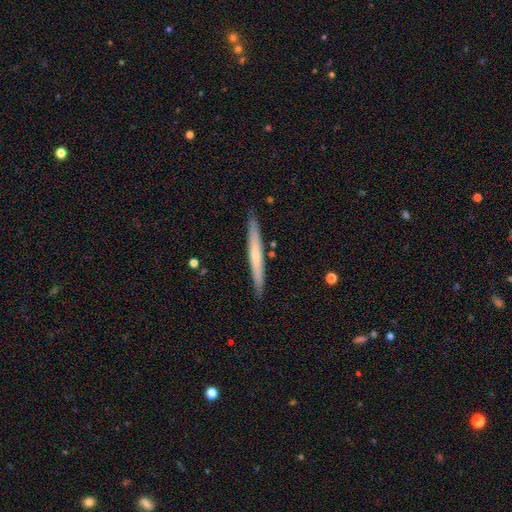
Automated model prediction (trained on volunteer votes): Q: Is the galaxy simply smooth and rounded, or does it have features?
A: smooth — 48%.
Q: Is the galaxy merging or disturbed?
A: none — 89%.